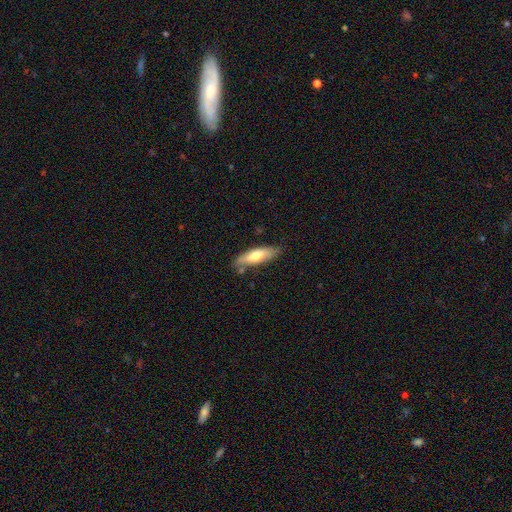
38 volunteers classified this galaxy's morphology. smooth-or-featured: smooth: 71% | featured or disk: 26% | star or artifact: 3%
  how-rounded: in between: 59% | cigar-shaped: 37% | round: 4%
  merging: none: 81% | minor disturbance: 16% | merger: 3% | major disturbance: 0%